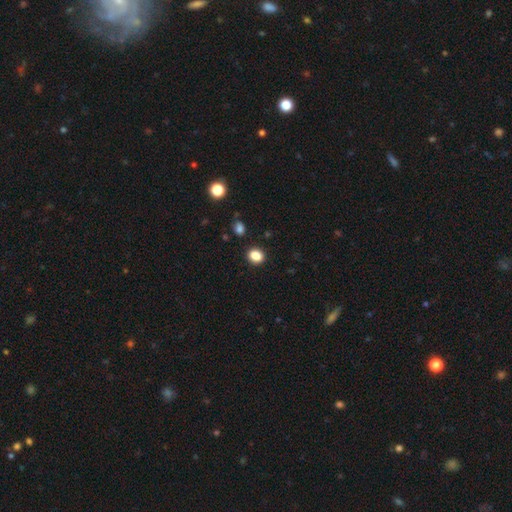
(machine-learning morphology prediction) A smooth galaxy with no disk features (86%) that is round (55%). Merging: none (89%).